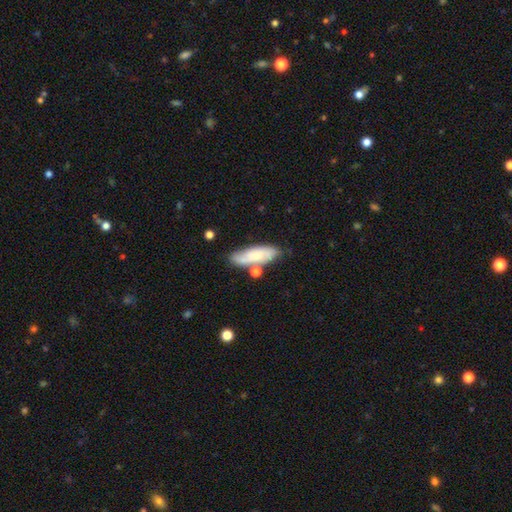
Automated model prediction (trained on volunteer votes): Smooth or featured? smooth (59%)
How rounded? in between (59%)
Merging? none (62%)